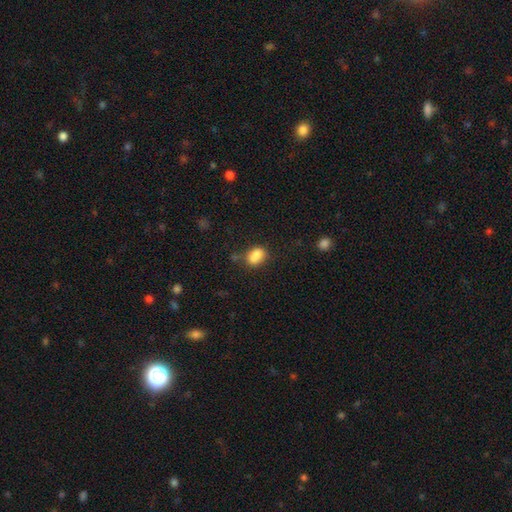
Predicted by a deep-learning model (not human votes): This appears to be a smooth galaxy with no disk features (82%) that is in between round and cigar-shaped (76%). Merging: none (55%).